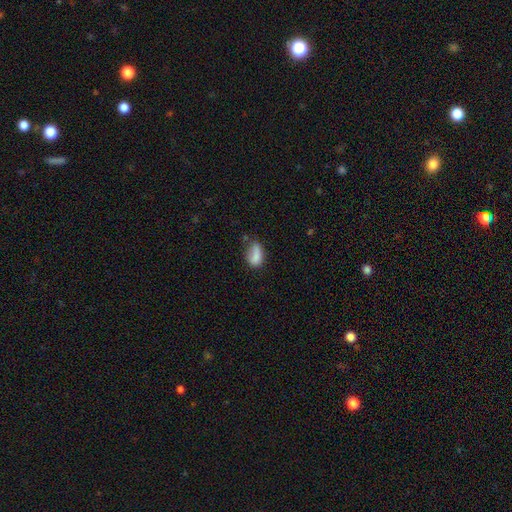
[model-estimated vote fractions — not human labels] Smooth or featured? Predicted: smooth (p=0.82). How rounded? Predicted: in between (p=0.86). Merging? Predicted: none (p=0.46).